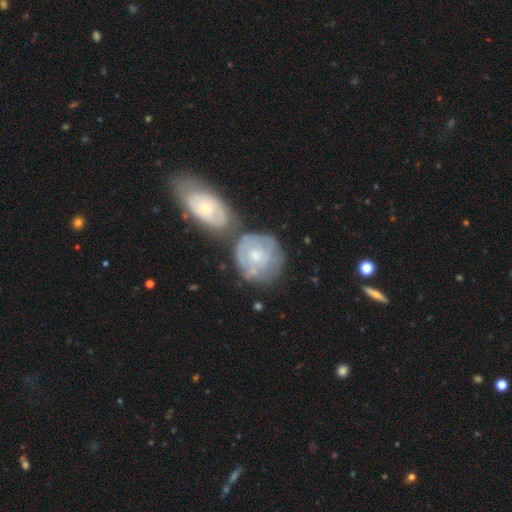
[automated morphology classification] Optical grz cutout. It shows a featured or disk galaxy (59%) with no bar (83%), spiral arms (59%) and a small central bulge (54%). Merging: none (41%).